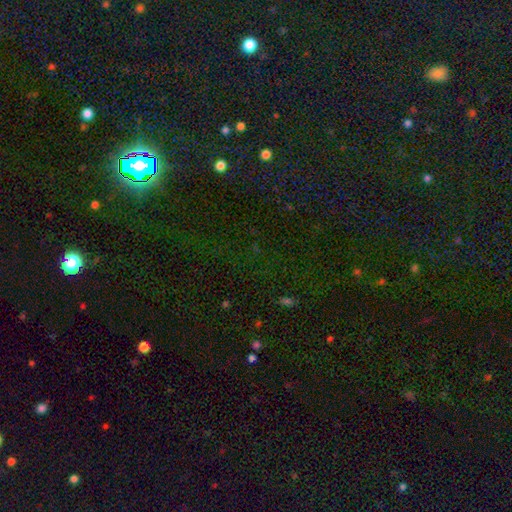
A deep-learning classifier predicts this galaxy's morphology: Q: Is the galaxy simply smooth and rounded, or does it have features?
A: star or artifact — 79%.